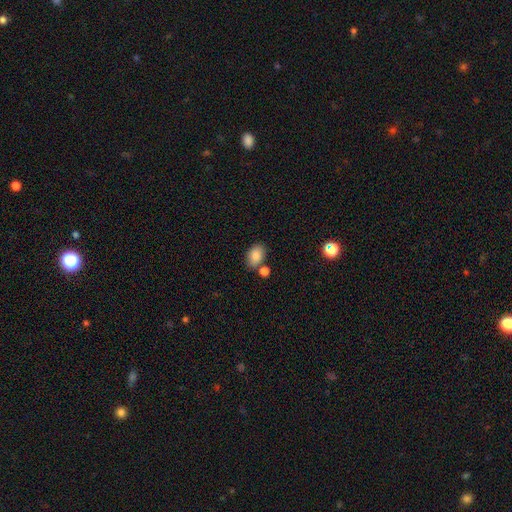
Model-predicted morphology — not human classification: Smooth or featured? smooth (85%)
How rounded? in between (86%)
Merging? none (69%)